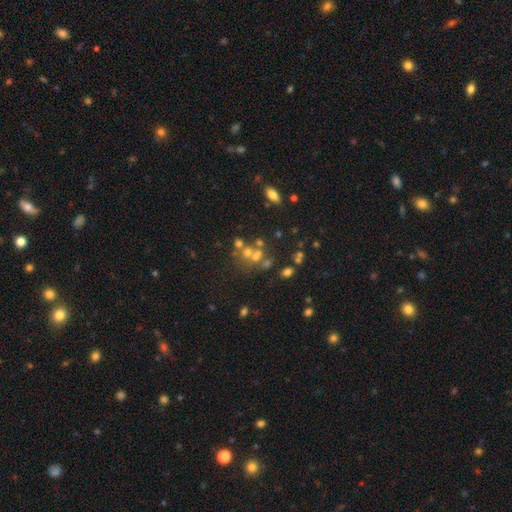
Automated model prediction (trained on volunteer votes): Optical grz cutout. It shows a smooth galaxy with no disk features (40%). Merging: none (44%).